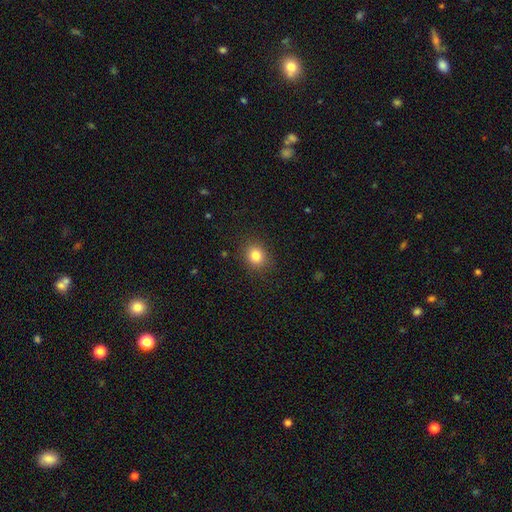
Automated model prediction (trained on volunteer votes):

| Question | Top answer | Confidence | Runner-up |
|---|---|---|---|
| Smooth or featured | smooth | 82% | star or artifact (11%) |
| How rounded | round | 67% | in between (32%) |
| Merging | none | 87% | minor disturbance (9%) |